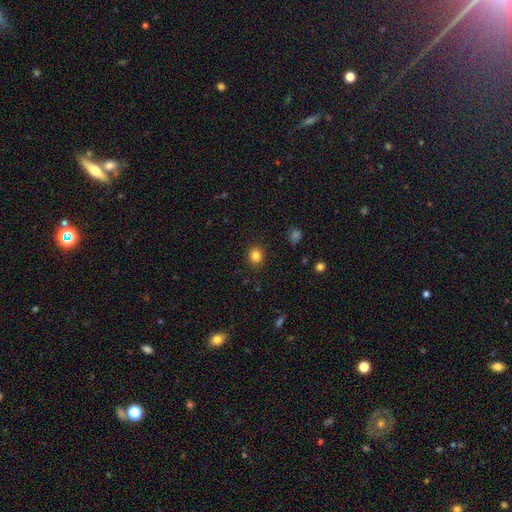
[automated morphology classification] A smooth galaxy with no disk features (83%) that is round (75%). Merging: none (89%).